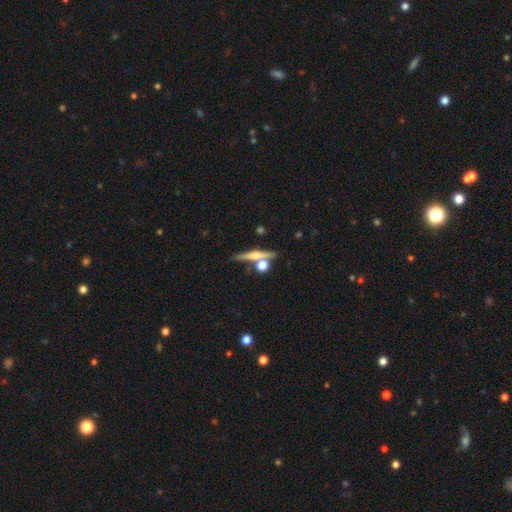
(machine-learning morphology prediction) Q: Smooth or featured?
A: featured or disk (54%); runner-up: smooth (37%)
Q: Edge-on disk?
A: yes (93%); runner-up: no (7%)
Q: Edge-on bulge?
A: rounded (75%); runner-up: none (18%)
Q: Merging?
A: none (69%); runner-up: merger (17%)